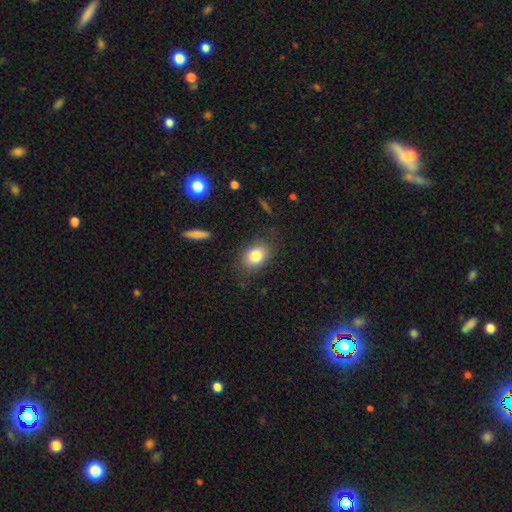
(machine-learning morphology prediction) Smooth or featured? smooth (81%)
How rounded? in between (70%)
Merging? none (80%)